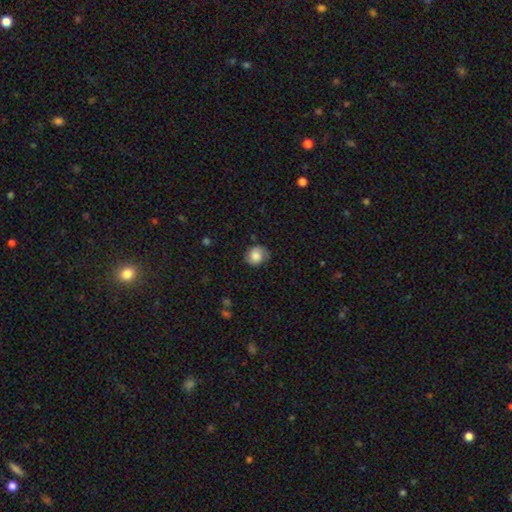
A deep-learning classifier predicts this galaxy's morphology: A smooth galaxy with no disk features (72%) that is round (70%).

Vote fractions:
- Smooth or featured? smooth: 72% / featured or disk: 19% / star or artifact: 8%
- How rounded? round: 70% / in between: 29% / cigar-shaped: 1%
- Merging? none: 73% / minor disturbance: 21% / major disturbance: 5% / merger: 1%